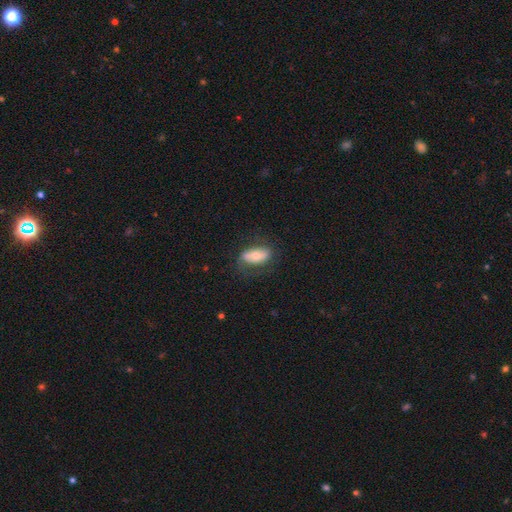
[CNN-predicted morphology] smooth 58%, featured or disk 35%, star or artifact 7%. Down the decision tree: how rounded — in between (85%); merging — none (71%).